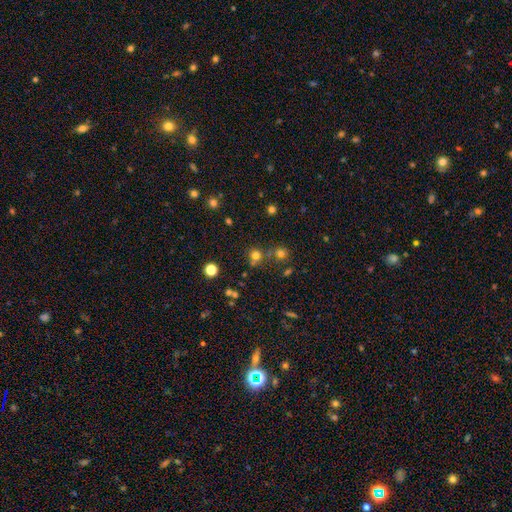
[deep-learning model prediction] A smooth galaxy with no disk features (67%) that is round (87%). Merging: none (63%).